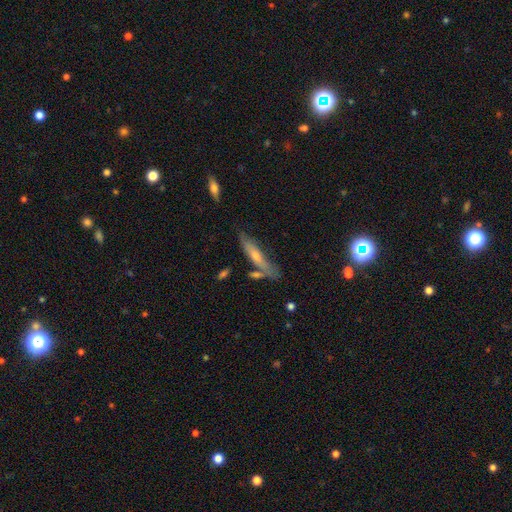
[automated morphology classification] The model was most divided on "smooth or featured": featured or disk: 49%, smooth: 43%, star or artifact: 8%. More confident: merging — none (63%).